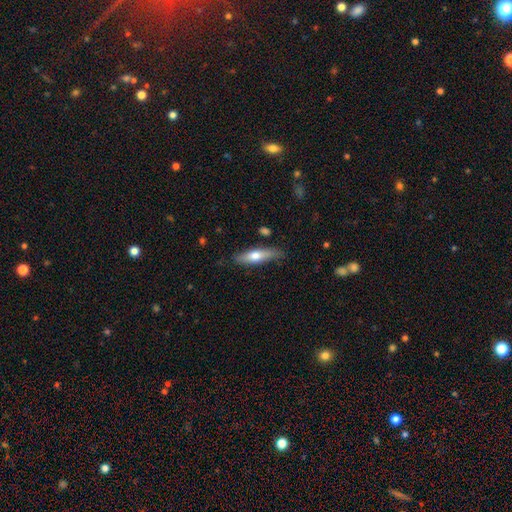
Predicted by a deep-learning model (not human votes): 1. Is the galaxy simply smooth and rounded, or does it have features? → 60% smooth, 34% featured or disk, 6% star or artifact.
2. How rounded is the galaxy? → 66% cigar-shaped, 32% in between, 2% round.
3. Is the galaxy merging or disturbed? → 78% none, 16% minor disturbance, 3% major disturbance, 3% merger.